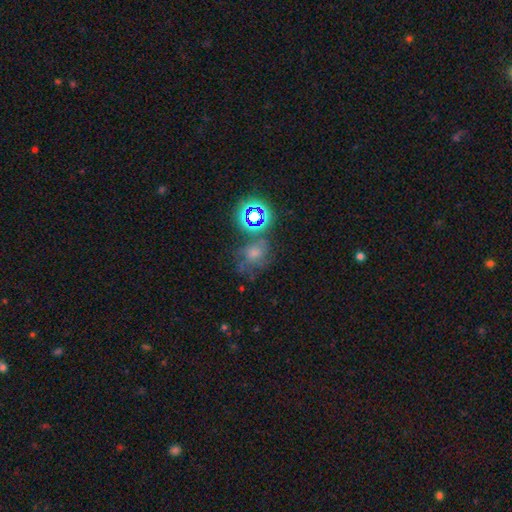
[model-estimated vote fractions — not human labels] This appears to be a star or artifact, not a galaxy (43%).